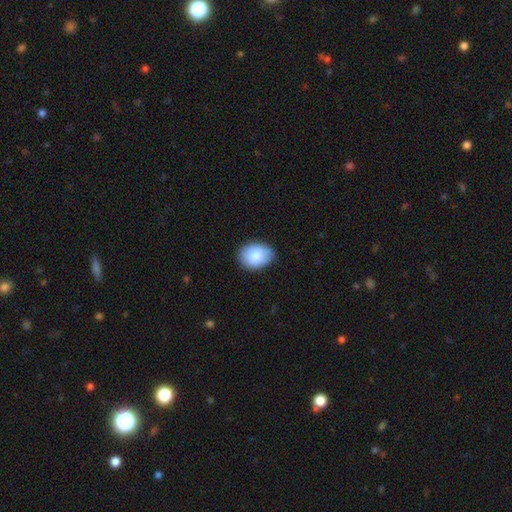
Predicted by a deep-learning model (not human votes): This is clearly a smooth galaxy (85%). How rounded: likely in between (72%). Merging: clearly none (81%).